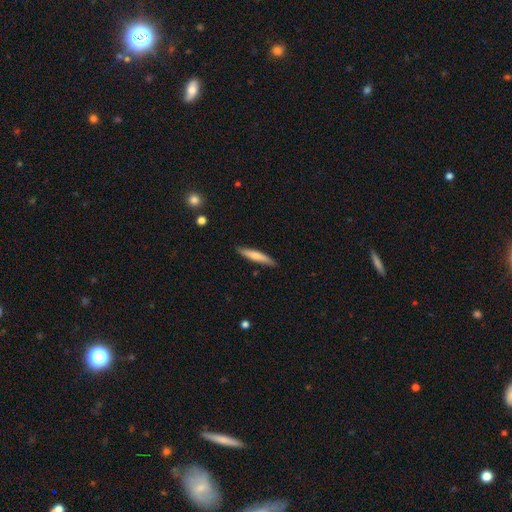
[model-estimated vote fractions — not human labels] Smooth or featured: smooth — 65% (featured or disk — 30%)
How rounded: cigar-shaped — 90% (in between — 9%)
Merging: none — 88% (minor disturbance — 9%)